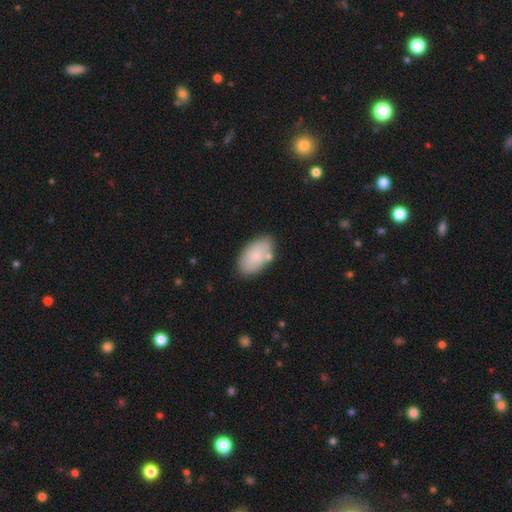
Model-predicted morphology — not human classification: Overall: smooth (79%). How rounded: in between (95%). Merging: none (76%).